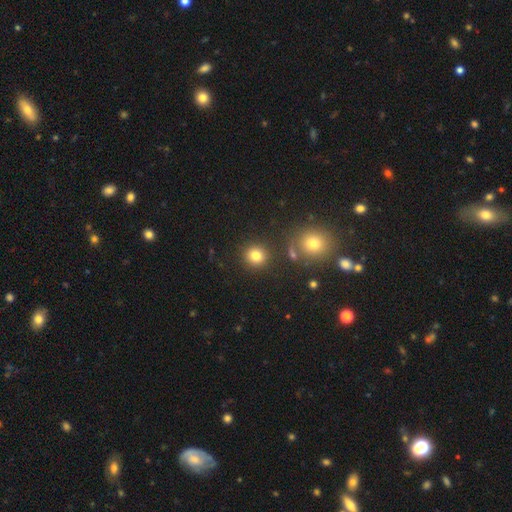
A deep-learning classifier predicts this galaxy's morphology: smooth_or_featured: smooth (p=0.81) [alt: star or artifact p=0.13]
how_rounded: round (p=0.92) [alt: in between p=0.07]
merging: none (p=0.86) [alt: minor disturbance p=0.06]